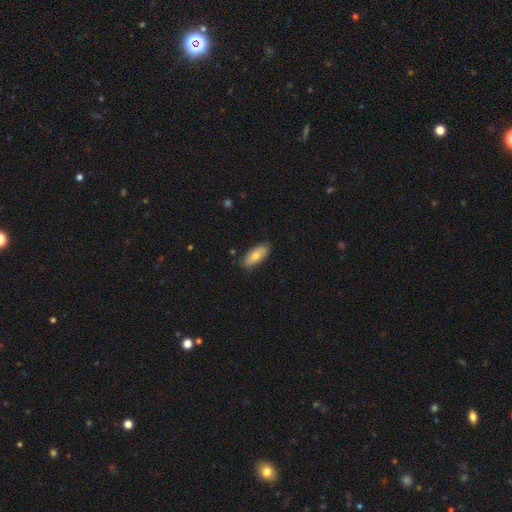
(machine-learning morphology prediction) A smooth galaxy with no disk features (78%) that is in between round and cigar-shaped (84%). Merging: none (84%).